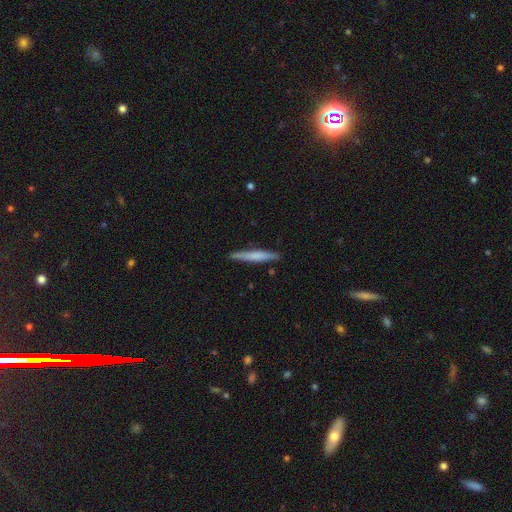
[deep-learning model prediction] Q: Smooth or featured?
A: smooth (60%); runner-up: featured or disk (34%)
Q: How rounded?
A: cigar-shaped (95%); runner-up: in between (4%)
Q: Merging?
A: none (88%); runner-up: minor disturbance (9%)